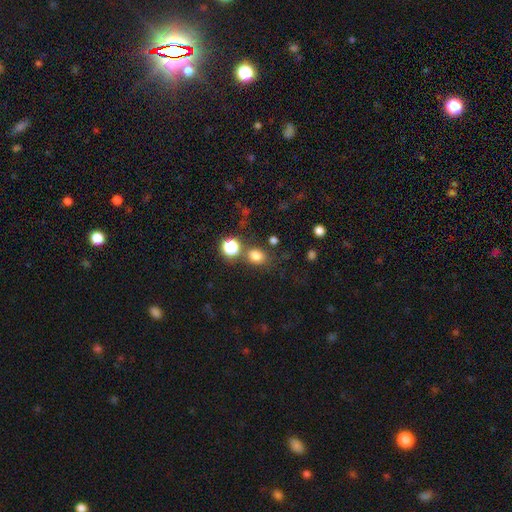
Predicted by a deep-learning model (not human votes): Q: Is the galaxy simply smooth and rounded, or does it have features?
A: smooth — 76%.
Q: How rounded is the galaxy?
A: round — 56%.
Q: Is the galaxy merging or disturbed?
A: none — 71%.